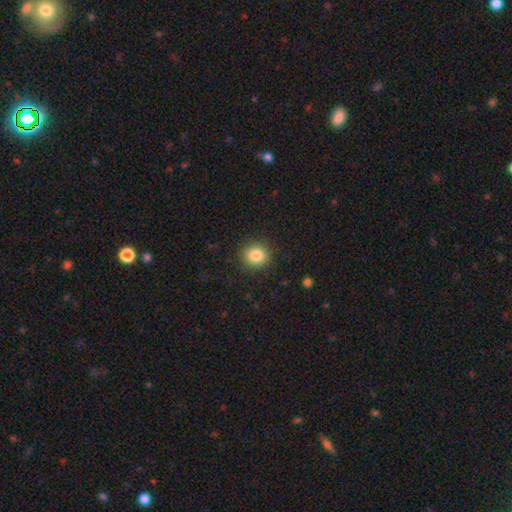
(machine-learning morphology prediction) Smooth or featured? smooth (84%)
How rounded? round (85%)
Merging? none (90%)